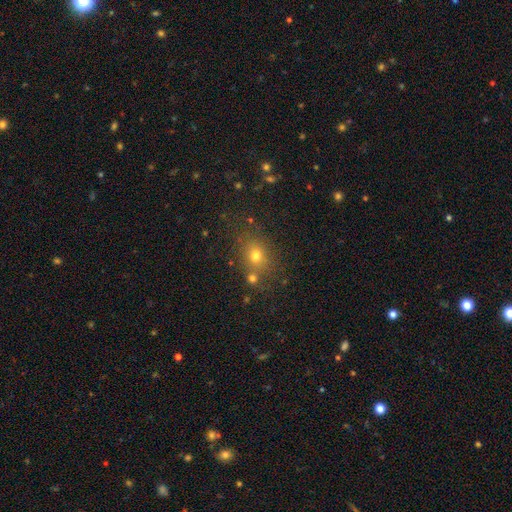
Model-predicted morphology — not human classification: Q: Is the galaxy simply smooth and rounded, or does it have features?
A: smooth — 71%.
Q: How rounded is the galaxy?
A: round — 63%.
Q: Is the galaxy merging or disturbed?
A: none — 71%.